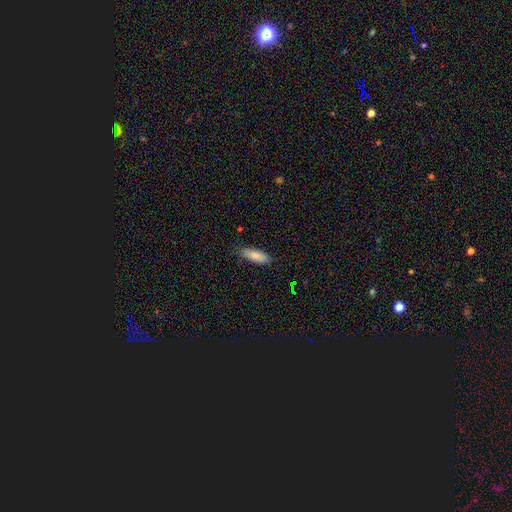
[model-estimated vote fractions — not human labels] This appears to be a smooth galaxy with no disk features (84%) that is in between round and cigar-shaped (55%). Merging: none (82%).